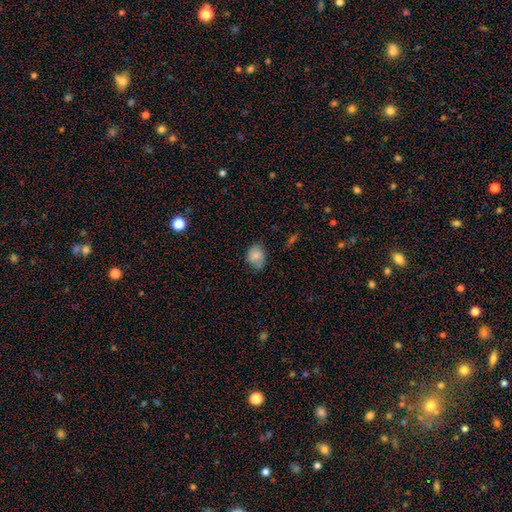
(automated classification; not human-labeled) smooth-or-featured: smooth: 83% | star or artifact: 10% | featured or disk: 7%
  how-rounded: round: 50% | in between: 49% | cigar-shaped: 1%
  merging: none: 70% | minor disturbance: 23% | major disturbance: 4% | merger: 2%